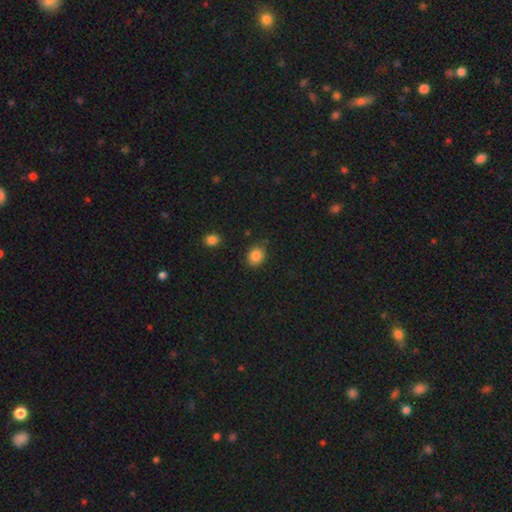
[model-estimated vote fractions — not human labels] Smooth or featured?
  - smooth: 85% *
  - star or artifact: 10%
  - featured or disk: 5%
How rounded?
  - round: 50% *
  - in between: 49%
  - cigar-shaped: 1%
Merging?
  - none: 80% *
  - minor disturbance: 15%
  - major disturbance: 3%
  - merger: 2%